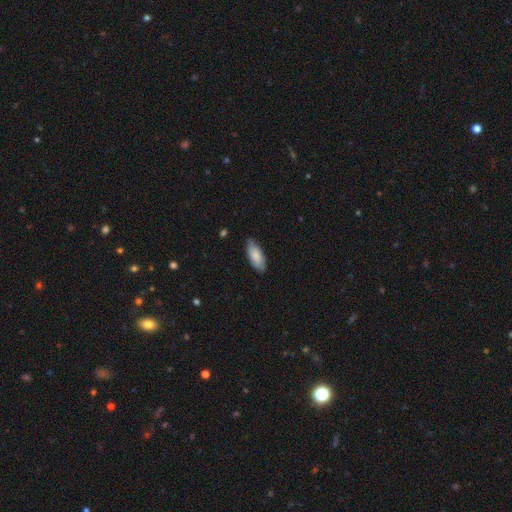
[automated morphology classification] Smooth or featured?
  - smooth: 74% *
  - featured or disk: 20%
  - star or artifact: 6%
How rounded?
  - in between: 84% *
  - cigar-shaped: 15%
  - round: 2%
Merging?
  - none: 77% *
  - minor disturbance: 19%
  - major disturbance: 3%
  - merger: 1%